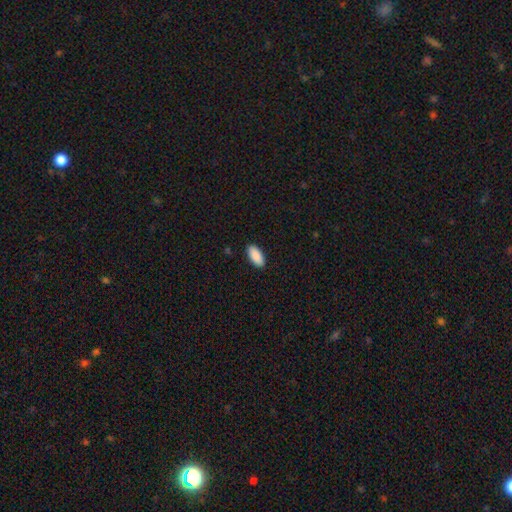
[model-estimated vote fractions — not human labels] smooth-or-featured: smooth: 91% | star or artifact: 6% | featured or disk: 3%
  how-rounded: in between: 93% | cigar-shaped: 5% | round: 2%
  merging: none: 90% | minor disturbance: 7% | major disturbance: 2% | merger: 1%